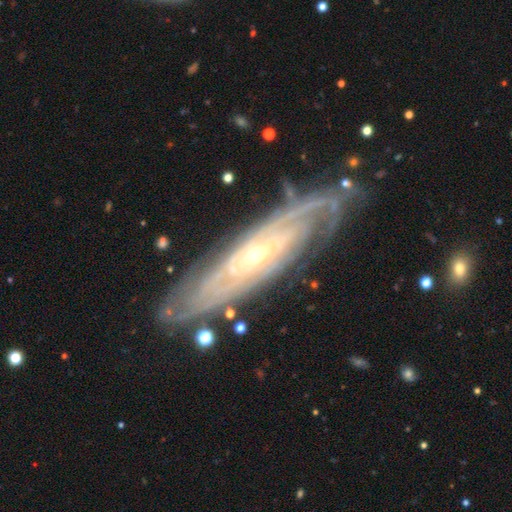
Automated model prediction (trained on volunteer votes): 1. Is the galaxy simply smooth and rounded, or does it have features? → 88% featured or disk, 7% smooth, 5% star or artifact.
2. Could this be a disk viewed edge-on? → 80% no, 20% yes.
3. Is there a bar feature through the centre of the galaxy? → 68% no, 22% weak, 10% strong.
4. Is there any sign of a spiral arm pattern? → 95% yes, 5% no.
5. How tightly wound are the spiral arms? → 77% tight, 18% medium, 4% loose.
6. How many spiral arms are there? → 45% can't tell, 17% 2, 12% 3, 11% 4, 10% more than 4, 5% 1.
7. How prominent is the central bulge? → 70% small, 26% moderate, 1% large, 1% none, 1% dominant.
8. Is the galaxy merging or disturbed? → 81% none, 13% minor disturbance, 4% major disturbance, 2% merger.